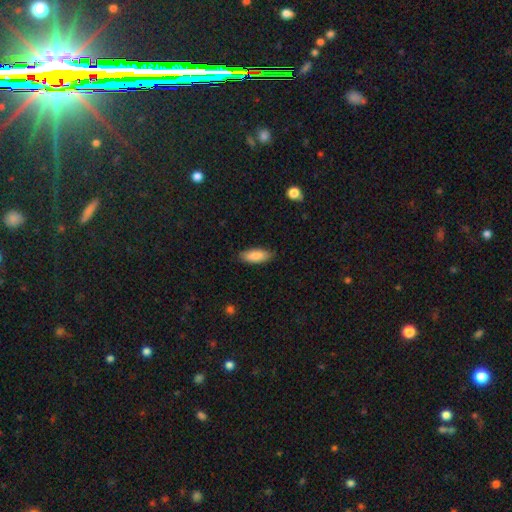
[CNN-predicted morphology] smooth-or-featured: smooth: 86% | featured or disk: 8% | star or artifact: 6%
  how-rounded: in between: 74% | cigar-shaped: 24% | round: 2%
  merging: none: 86% | minor disturbance: 11% | major disturbance: 2% | merger: 1%